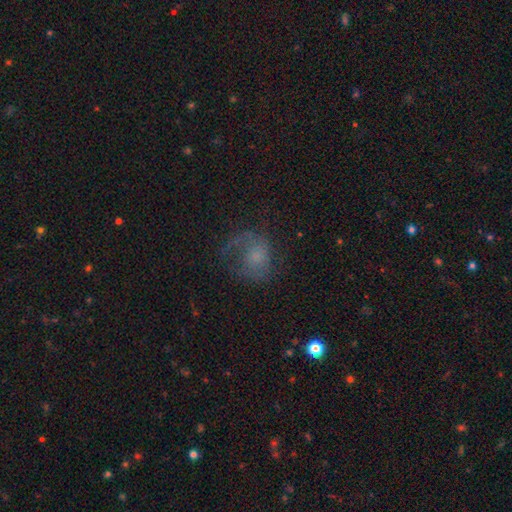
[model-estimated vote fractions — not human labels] This appears to be a featured or disk galaxy (49%). Merging: none (49%).